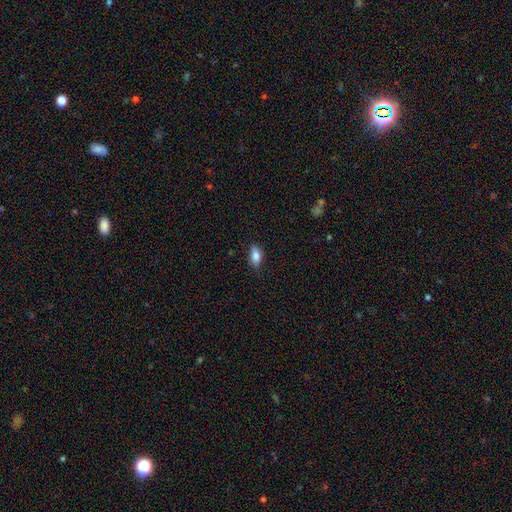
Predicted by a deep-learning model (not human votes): The model was most divided on "merging": none: 81%, minor disturbance: 15%, major disturbance: 3%, merger: 1%. More confident: how rounded — in between (88%); smooth or featured — smooth (85%).